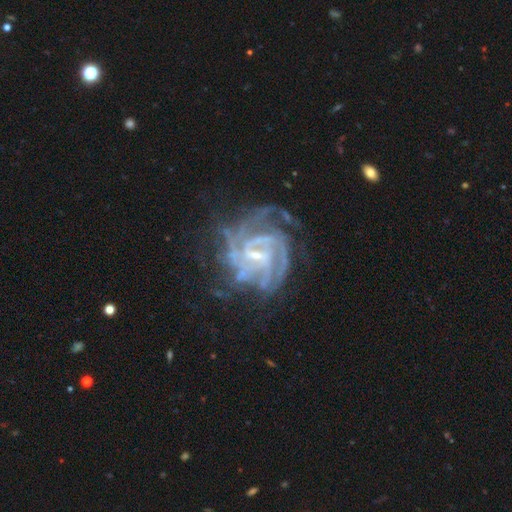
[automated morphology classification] This is clearly a featured or disk galaxy (89%). It is clearly not viewed edge-on (98%). Bar: possibly weak (53%). Spiral arm pattern: clearly yes (97%). Spiral arm count: marginally can't tell (24%, tied with 4). Spiral winding: possibly tight (59%). Central bulge: likely small (69%). Merging: possibly none (59%).